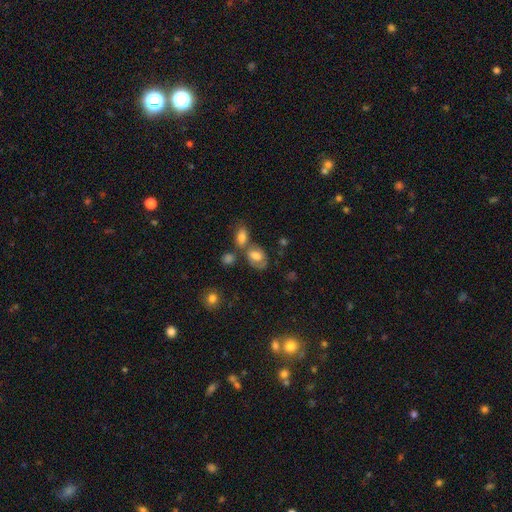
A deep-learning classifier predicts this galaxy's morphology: type=smooth (61%); roundness=in between (84%); merging=none (43%).